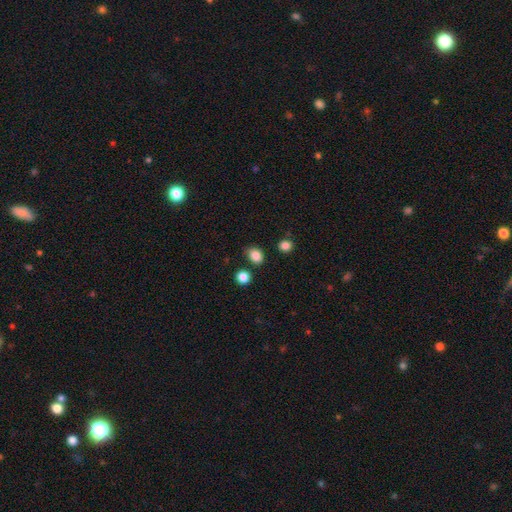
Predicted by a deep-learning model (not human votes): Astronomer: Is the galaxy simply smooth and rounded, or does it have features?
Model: smooth — 85%.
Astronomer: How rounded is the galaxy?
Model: round — 50% (runner-up: in between, 49%).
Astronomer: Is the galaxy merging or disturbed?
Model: none — 76%.